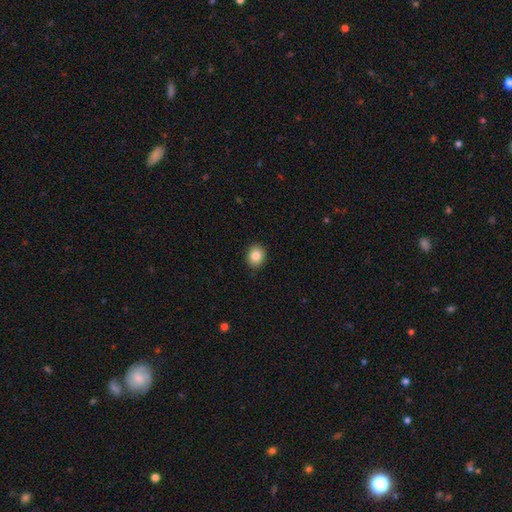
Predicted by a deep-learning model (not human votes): Smooth or featured: smooth — 84% (star or artifact — 9%)
How rounded: round — 71% (in between — 29%)
Merging: none — 90% (minor disturbance — 7%)